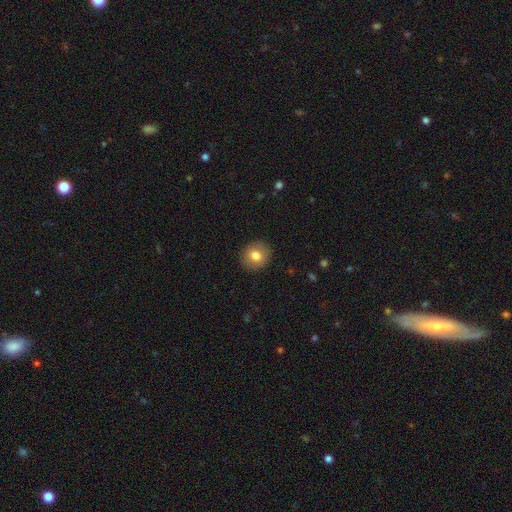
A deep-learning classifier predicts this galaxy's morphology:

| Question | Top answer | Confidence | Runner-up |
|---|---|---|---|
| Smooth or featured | smooth | 79% | featured or disk (12%) |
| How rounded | round | 82% | in between (17%) |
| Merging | none | 91% | minor disturbance (6%) |